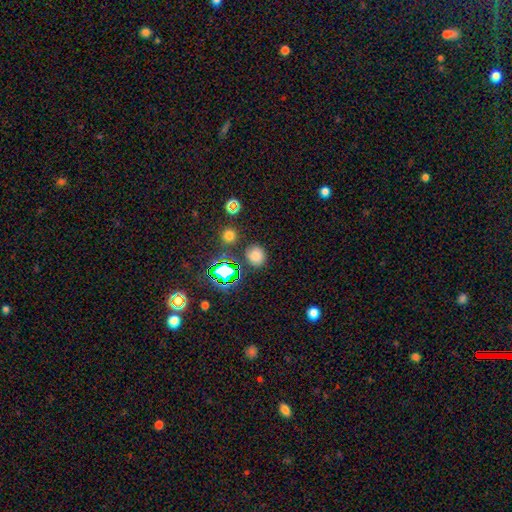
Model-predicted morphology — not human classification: A smooth galaxy with no disk features (70%) that is round (80%).

Vote fractions:
- Smooth or featured? smooth: 70% / star or artifact: 23% / featured or disk: 7%
- How rounded? round: 80% / in between: 19% / cigar-shaped: 1%
- Merging? none: 80% / minor disturbance: 11% / merger: 5% / major disturbance: 4%